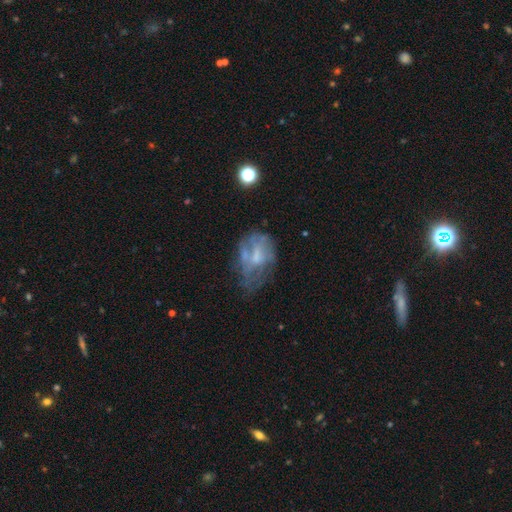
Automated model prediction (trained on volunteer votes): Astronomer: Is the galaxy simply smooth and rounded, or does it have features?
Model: featured or disk — 54% (runner-up: smooth, 33%).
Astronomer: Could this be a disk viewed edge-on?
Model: no — 96%.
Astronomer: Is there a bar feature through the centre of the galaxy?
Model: no — 67%.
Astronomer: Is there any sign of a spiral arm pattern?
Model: no — 76%.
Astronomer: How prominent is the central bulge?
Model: none — 33% (runner-up: small, 32%).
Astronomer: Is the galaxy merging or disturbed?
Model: none — 34% (runner-up: major disturbance, 31%).